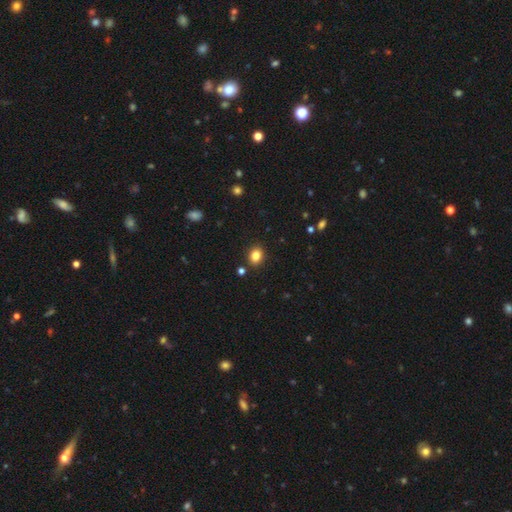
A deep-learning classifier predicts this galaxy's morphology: The model was most divided on "how rounded": round: 55%, in between: 44%, cigar-shaped: 1%. More confident: merging — none (88%); smooth or featured — smooth (83%).